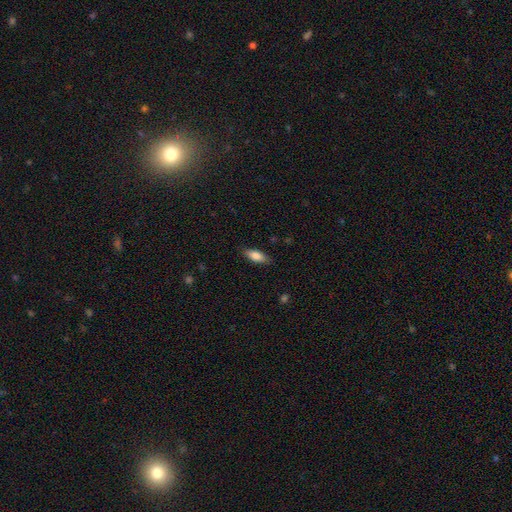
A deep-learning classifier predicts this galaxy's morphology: smooth 80%, featured or disk 13%, star or artifact 7%. Down the decision tree: how rounded — in between (73%); merging — none (85%).